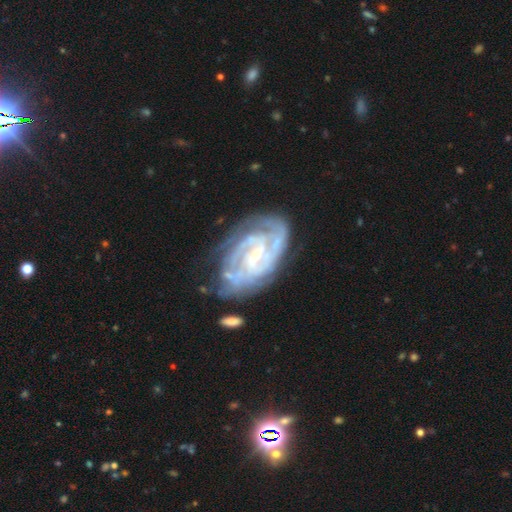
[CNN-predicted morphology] Q: Smooth or featured?
A: featured or disk (89%); runner-up: smooth (6%)
Q: Edge-on disk?
A: no (97%); runner-up: yes (3%)
Q: Bar?
A: weak (45%); runner-up: no (37%)
Q: Spiral arms?
A: yes (96%); runner-up: no (4%)
Q: Spiral winding?
A: tight (64%); runner-up: medium (31%)
Q: Spiral arm count?
A: 2 (31%); runner-up: can't tell (25%)
Q: Bulge size?
A: small (74%); runner-up: moderate (18%)
Q: Merging?
A: none (61%); runner-up: minor disturbance (24%)